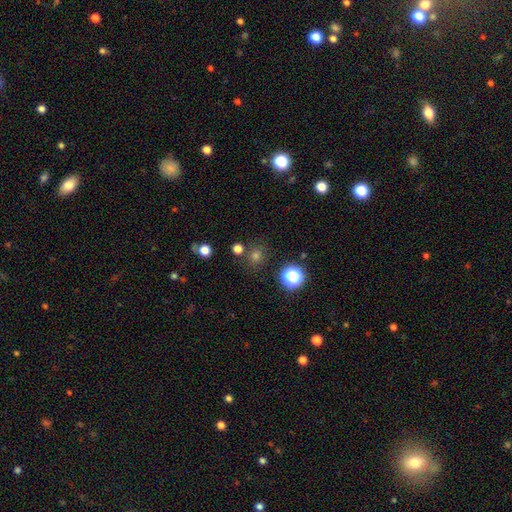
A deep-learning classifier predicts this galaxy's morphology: The model was most divided on "smooth or featured": smooth: 62%, star or artifact: 32%, featured or disk: 7%. More confident: how rounded — round (89%); merging — none (81%).